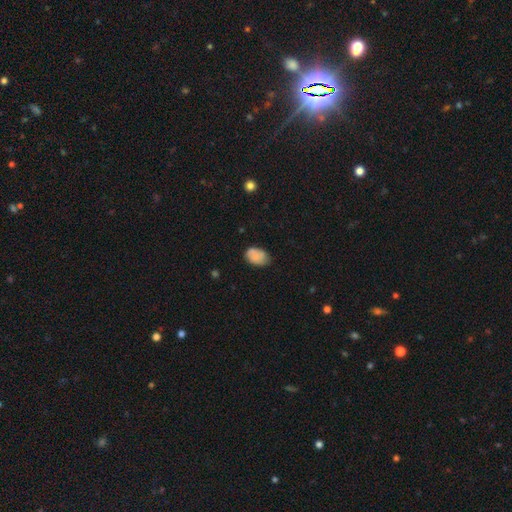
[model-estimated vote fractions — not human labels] Smooth or featured? Predicted: smooth (p=0.79). How rounded? Predicted: in between (p=0.86). Merging? Predicted: none (p=0.63).